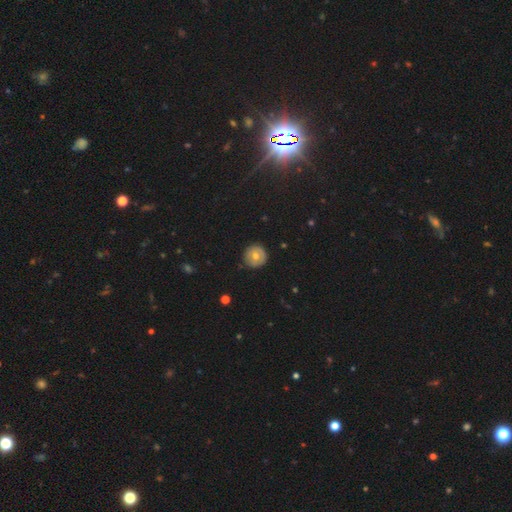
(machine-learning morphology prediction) smooth_or_featured: smooth (p=0.63) [alt: featured or disk p=0.27]
how_rounded: round (p=0.94) [alt: in between p=0.05]
merging: none (p=0.82) [alt: minor disturbance p=0.14]